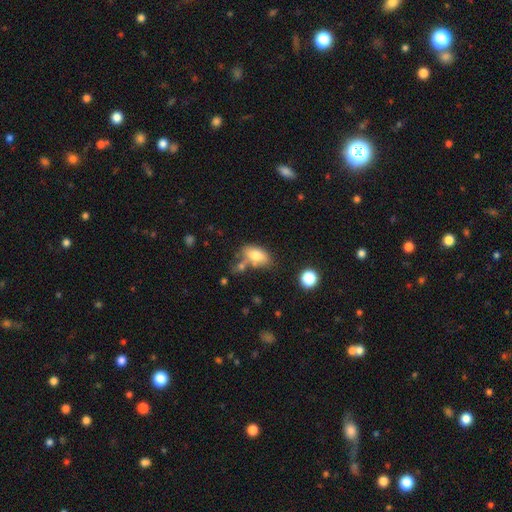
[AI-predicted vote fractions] A smooth galaxy with no disk features (76%) that is in between round and cigar-shaped (90%).

Vote fractions:
- Smooth or featured? smooth: 76% / featured or disk: 16% / star or artifact: 8%
- How rounded? in between: 90% / round: 6% / cigar-shaped: 4%
- Merging? none: 53% / merger: 22% / minor disturbance: 19% / major disturbance: 7%